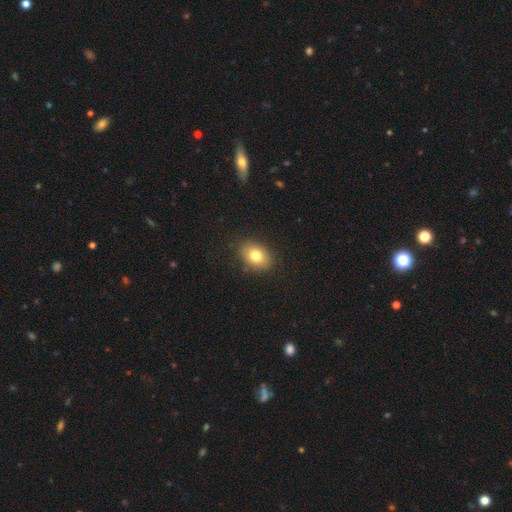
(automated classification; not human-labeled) This is likely a smooth galaxy (79%). How rounded: likely in between (76%). Merging: clearly none (84%).